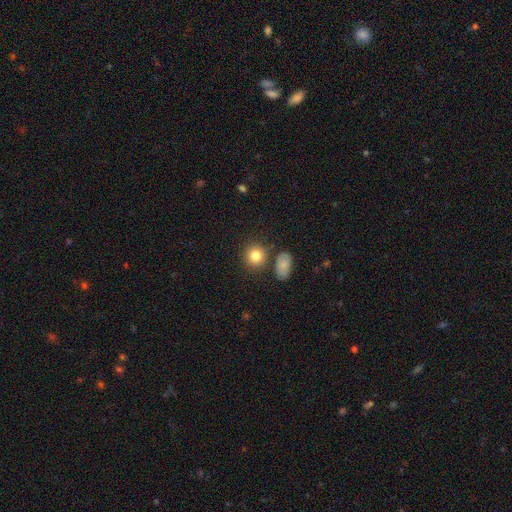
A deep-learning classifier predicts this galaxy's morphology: smooth_or_featured: smooth (p=0.83) [alt: star or artifact p=0.09]
how_rounded: round (p=0.82) [alt: in between p=0.17]
merging: none (p=0.76) [alt: merger p=0.10]